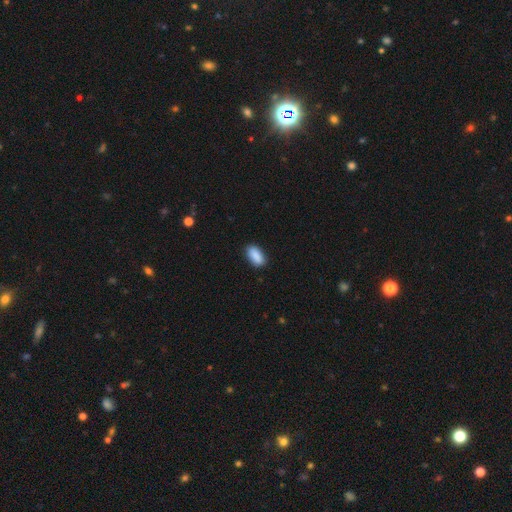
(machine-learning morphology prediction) Smooth or featured? Predicted: smooth (p=0.90). How rounded? Predicted: in between (p=0.91). Merging? Predicted: none (p=0.87).